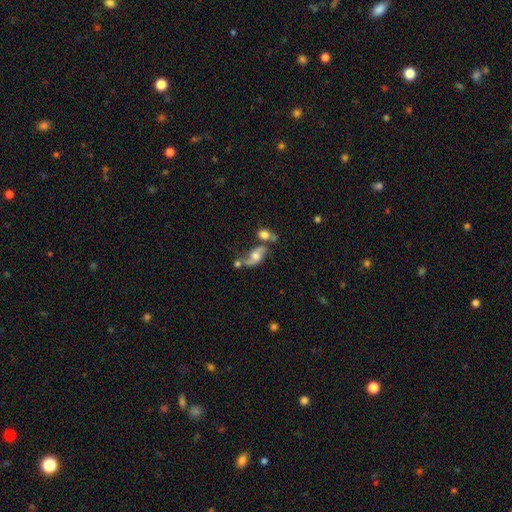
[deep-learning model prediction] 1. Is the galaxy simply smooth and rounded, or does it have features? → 61% featured or disk, 29% smooth, 10% star or artifact.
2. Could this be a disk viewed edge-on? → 94% no, 6% yes.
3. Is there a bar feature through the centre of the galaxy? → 67% no, 27% weak, 7% strong.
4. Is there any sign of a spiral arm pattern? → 83% yes, 17% no.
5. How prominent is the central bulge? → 56% moderate, 18% large, 18% small, 5% none, 3% dominant.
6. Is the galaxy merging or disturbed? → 38% merger, 33% none, 15% minor disturbance, 13% major disturbance.